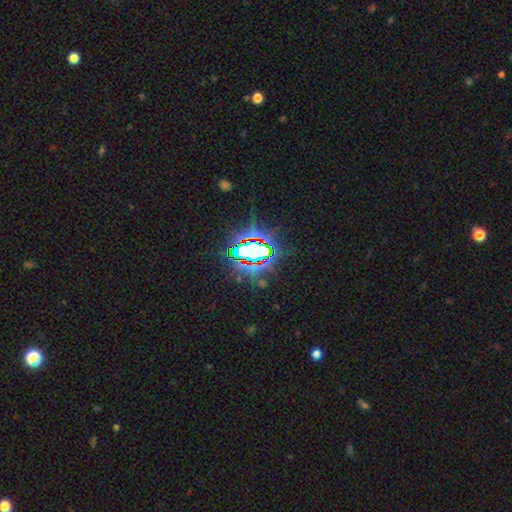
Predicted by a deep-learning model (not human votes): Smooth or featured? star or artifact (74%)